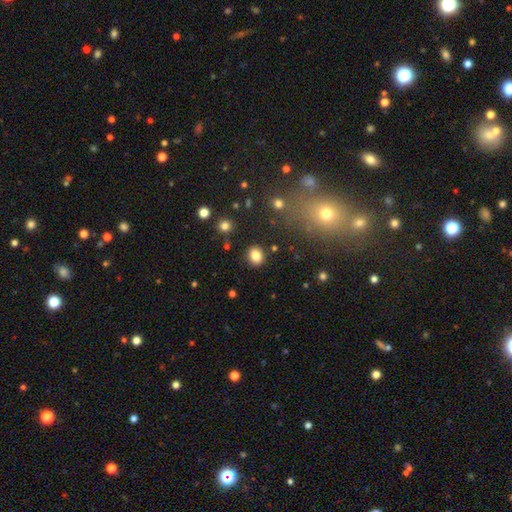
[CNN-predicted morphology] Smooth or featured? Predicted: smooth (p=0.82). How rounded? Predicted: round (p=0.72). Merging? Predicted: none (p=0.88).